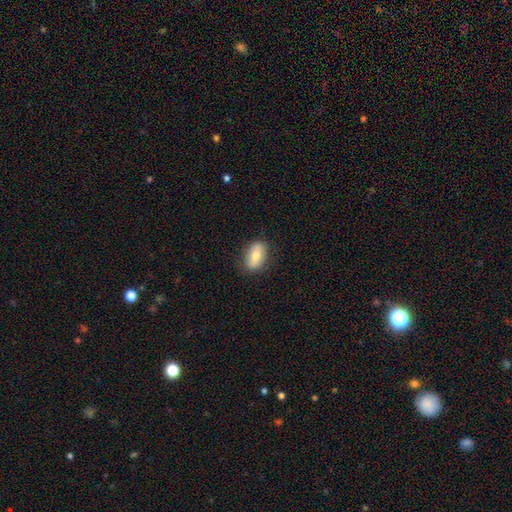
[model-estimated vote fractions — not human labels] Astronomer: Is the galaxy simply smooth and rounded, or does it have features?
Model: smooth — 67%.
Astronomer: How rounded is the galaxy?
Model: in between — 86%.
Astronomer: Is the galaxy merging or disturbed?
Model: none — 83%.